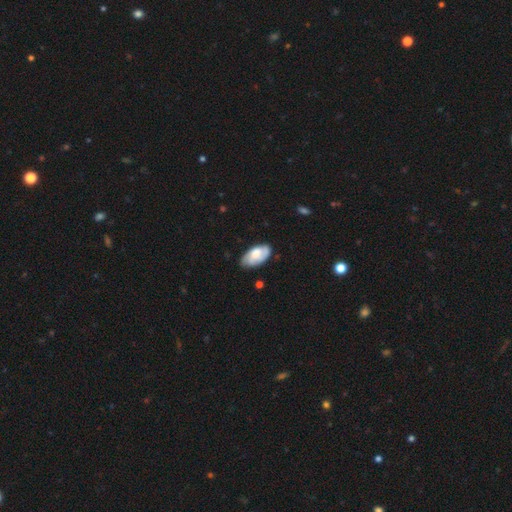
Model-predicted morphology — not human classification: This is possibly a smooth galaxy (52%). How rounded: clearly in between (94%). Merging: likely none (69%).